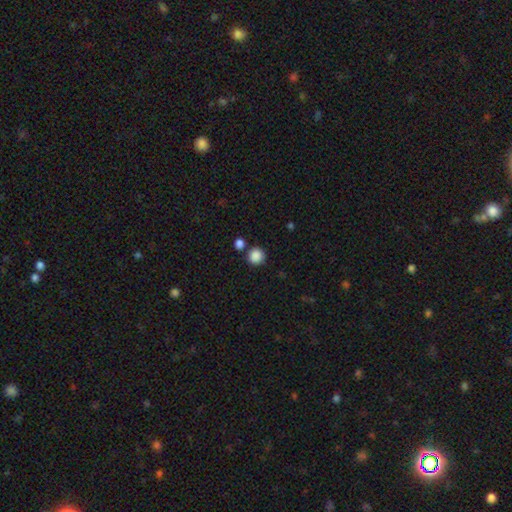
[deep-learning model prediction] Overall: smooth (87%). How rounded: round (93%). Merging: none (77%).